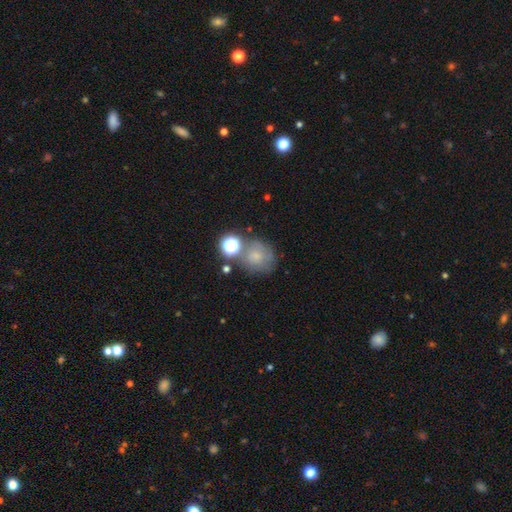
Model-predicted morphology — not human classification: A smooth galaxy with no disk features (57%) that is round (78%). Merging: none (53%).